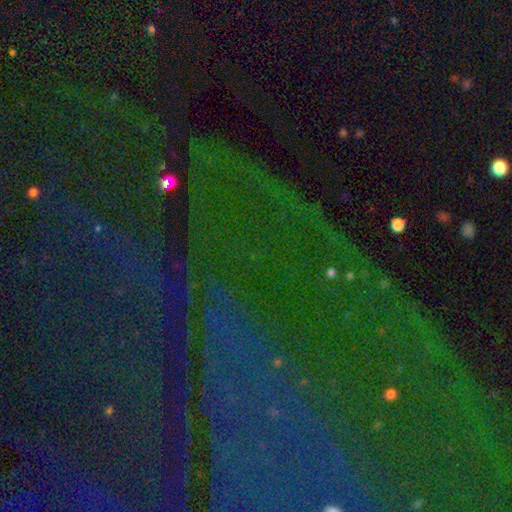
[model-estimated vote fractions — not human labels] Smooth or featured? Predicted: star or artifact (p=0.84).